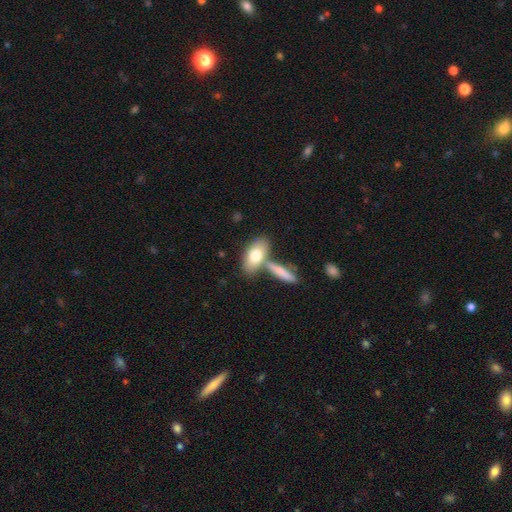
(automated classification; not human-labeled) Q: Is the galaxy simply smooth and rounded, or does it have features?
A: smooth — 75%.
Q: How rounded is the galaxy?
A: in between — 86%.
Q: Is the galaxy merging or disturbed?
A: none — 52%.